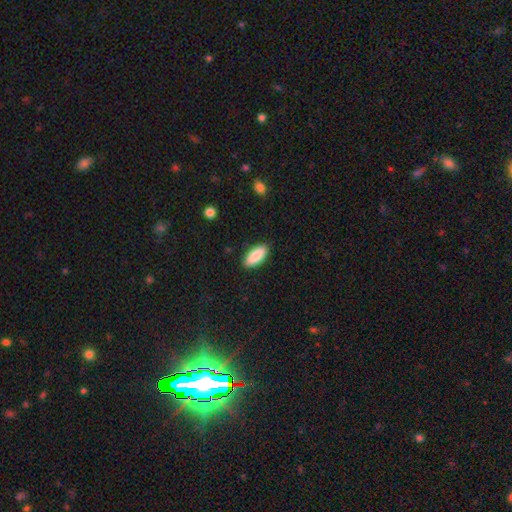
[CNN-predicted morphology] Smooth or featured? Predicted: smooth (p=0.89). How rounded? Predicted: in between (p=0.84). Merging? Predicted: none (p=0.88).